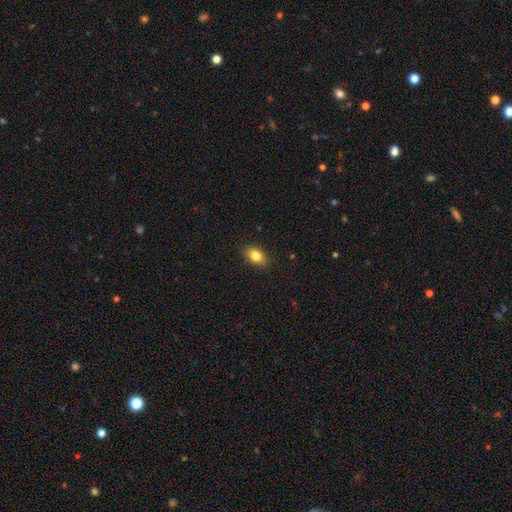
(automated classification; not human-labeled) Smooth or featured: smooth — 84% (star or artifact — 9%)
How rounded: in between — 84% (round — 14%)
Merging: none — 88% (minor disturbance — 9%)